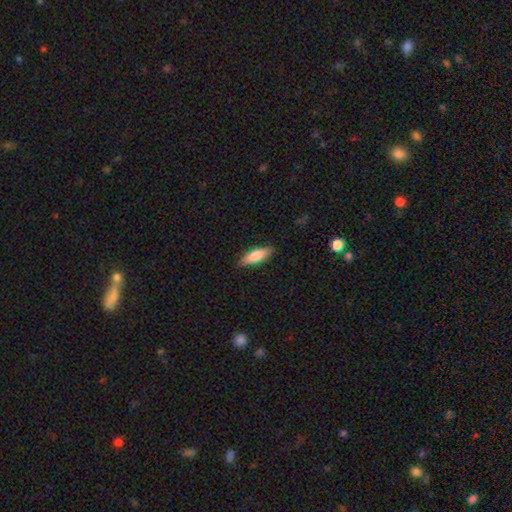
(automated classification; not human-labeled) A smooth galaxy with no disk features (79%) that is in between round and cigar-shaped (59%). Merging: none (85%).